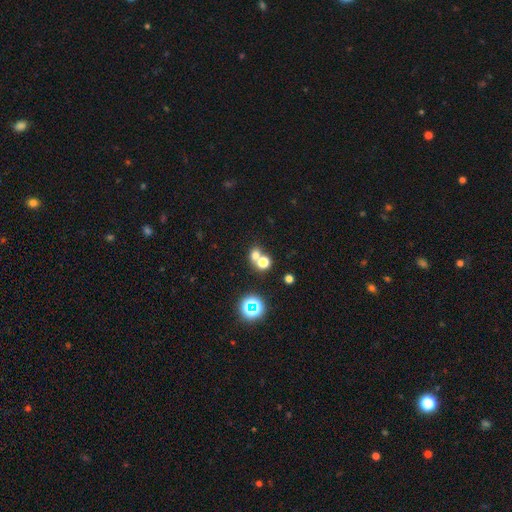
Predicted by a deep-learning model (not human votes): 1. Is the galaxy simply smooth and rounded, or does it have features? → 64% smooth, 25% star or artifact, 11% featured or disk.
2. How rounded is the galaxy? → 75% round, 24% in between, 1% cigar-shaped.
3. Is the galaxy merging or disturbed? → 46% merger, 44% none, 6% minor disturbance, 4% major disturbance.